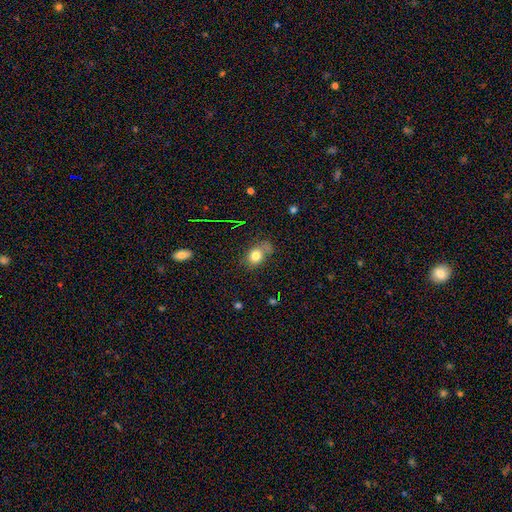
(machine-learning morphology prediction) This appears to be a smooth galaxy with no disk features (78%) that is in between round and cigar-shaped (63%). Merging: none (57%).